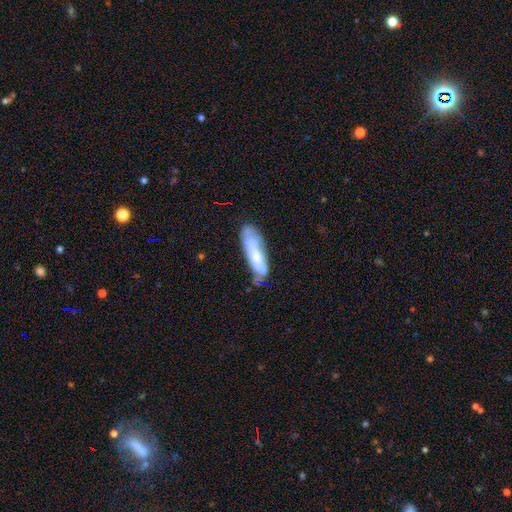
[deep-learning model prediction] Morphology: type=smooth (59%); roundness=cigar-shaped (59%); merging=none (58%).